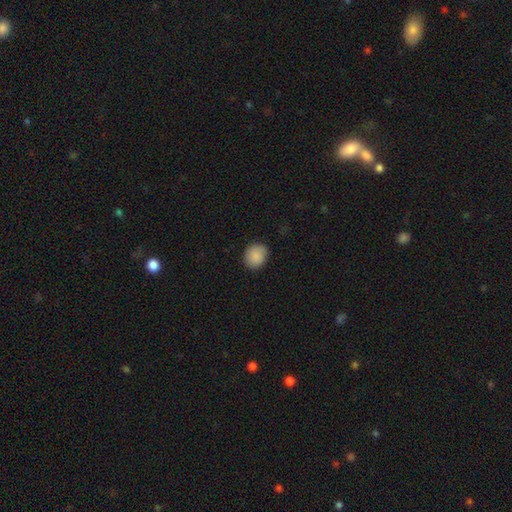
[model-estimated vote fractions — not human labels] A smooth galaxy with no disk features (89%) that is round (73%).

Vote fractions:
- Smooth or featured? smooth: 89% / star or artifact: 8% / featured or disk: 4%
- How rounded? round: 73% / in between: 26% / cigar-shaped: 1%
- Merging? none: 84% / minor disturbance: 12% / major disturbance: 3% / merger: 1%